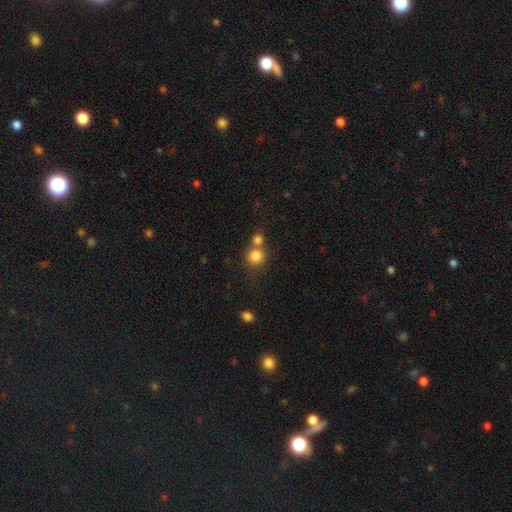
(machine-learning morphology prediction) smooth_or_featured: smooth (p=0.82) [alt: star or artifact p=0.11]
how_rounded: round (p=0.90) [alt: in between p=0.09]
merging: none (p=0.54) [alt: merger p=0.35]